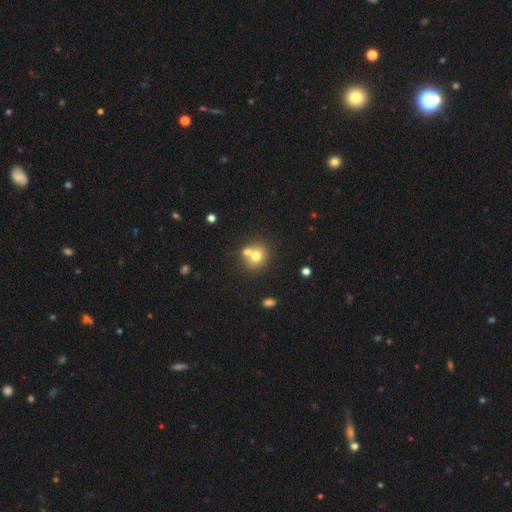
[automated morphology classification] A smooth galaxy with no disk features (70%) that is round (75%).

Vote fractions:
- Smooth or featured? smooth: 70% / featured or disk: 17% / star or artifact: 13%
- How rounded? round: 75% / in between: 25% / cigar-shaped: 1%
- Merging? none: 46% / merger: 42% / minor disturbance: 8% / major disturbance: 3%